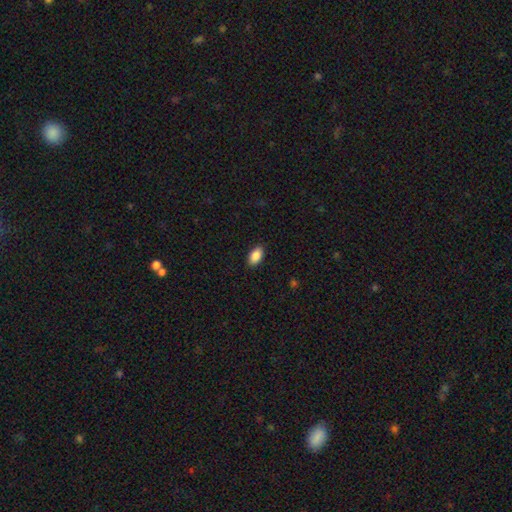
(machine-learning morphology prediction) Q: Smooth or featured?
A: smooth (89%); runner-up: star or artifact (7%)
Q: How rounded?
A: in between (93%); runner-up: round (5%)
Q: Merging?
A: none (89%); runner-up: minor disturbance (8%)